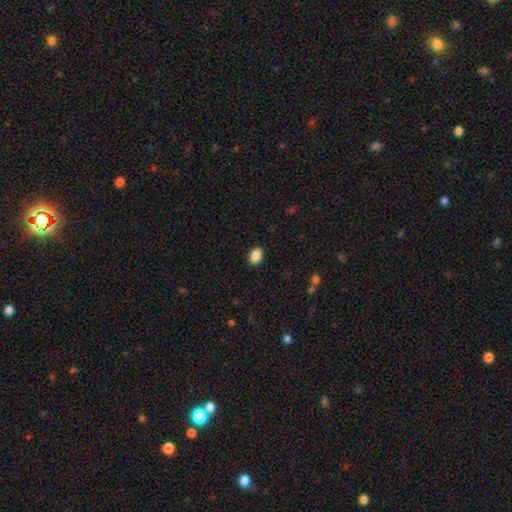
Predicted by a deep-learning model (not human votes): This appears to be a smooth galaxy with no disk features (88%) that is in between round and cigar-shaped (78%). Merging: none (90%).